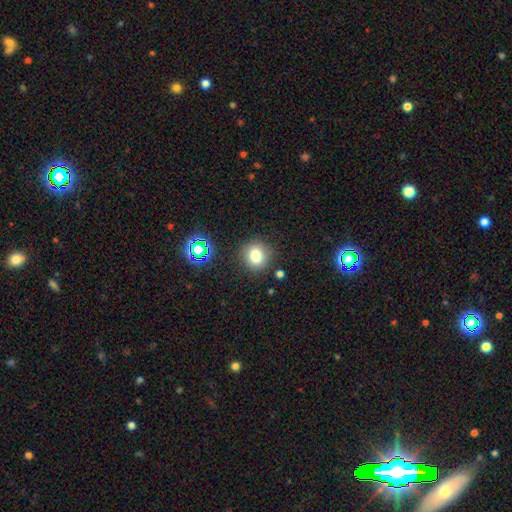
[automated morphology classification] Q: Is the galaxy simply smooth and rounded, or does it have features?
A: smooth — 74%.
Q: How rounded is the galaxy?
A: round — 81%.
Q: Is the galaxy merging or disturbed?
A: none — 86%.